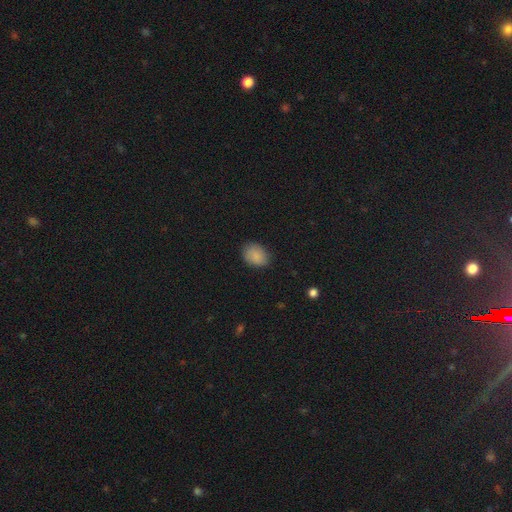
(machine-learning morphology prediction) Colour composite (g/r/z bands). It shows a smooth galaxy with no disk features (86%) that is in between round and cigar-shaped (67%). Merging: none (79%).